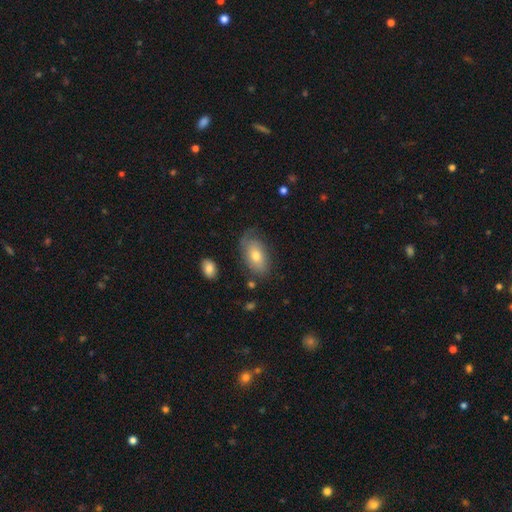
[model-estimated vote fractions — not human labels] Overall: smooth (60%; featured or disk 32%). How rounded: in between (91%). Merging: none (61%; minor disturbance 26%).